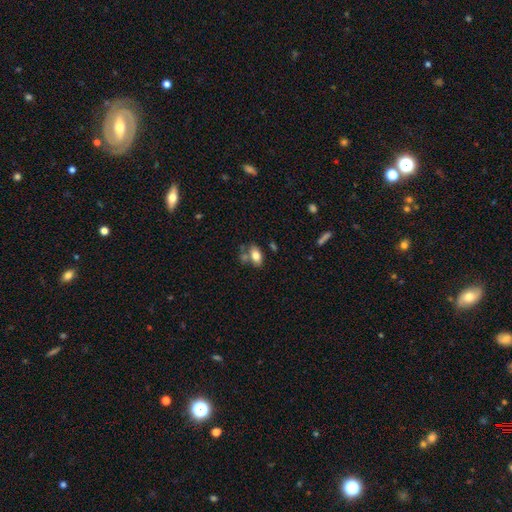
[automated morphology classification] This appears to be a smooth galaxy with no disk features (79%) that is in between round and cigar-shaped (91%). Merging: none (60%).